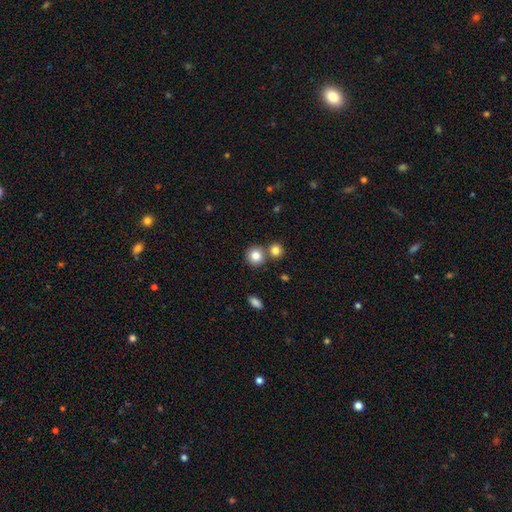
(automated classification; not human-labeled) A smooth galaxy with no disk features (83%) that is round (89%).

Vote fractions:
- Smooth or featured? smooth: 83% / star or artifact: 10% / featured or disk: 7%
- How rounded? round: 89% / in between: 10% / cigar-shaped: 1%
- Merging? none: 68% / merger: 22% / minor disturbance: 8% / major disturbance: 2%